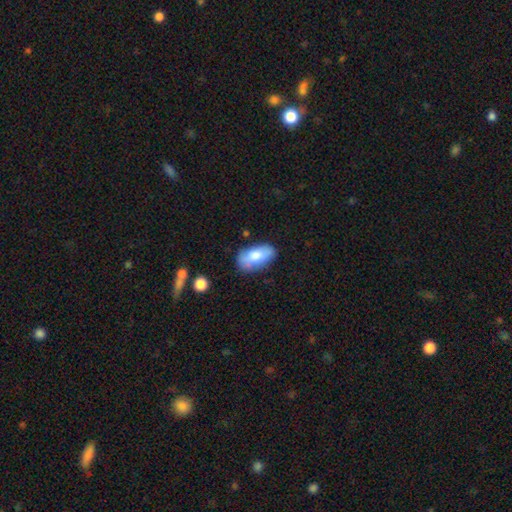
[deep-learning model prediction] Smooth or featured? Predicted: smooth (p=0.75). How rounded? Predicted: in between (p=0.92). Merging? Predicted: none (p=0.68).